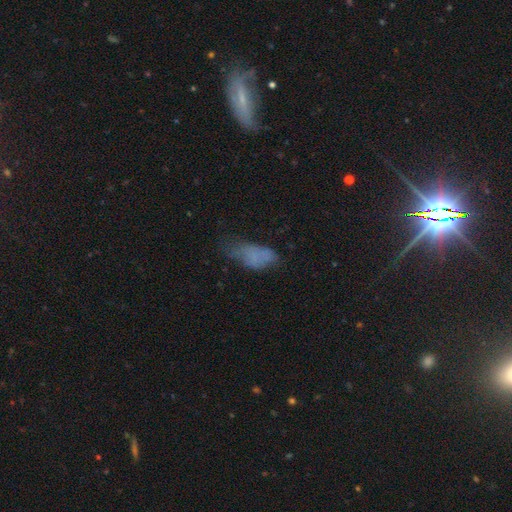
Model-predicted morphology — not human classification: This is likely a smooth galaxy (62%). How rounded: clearly in between (85%). Merging: marginally none (36%).